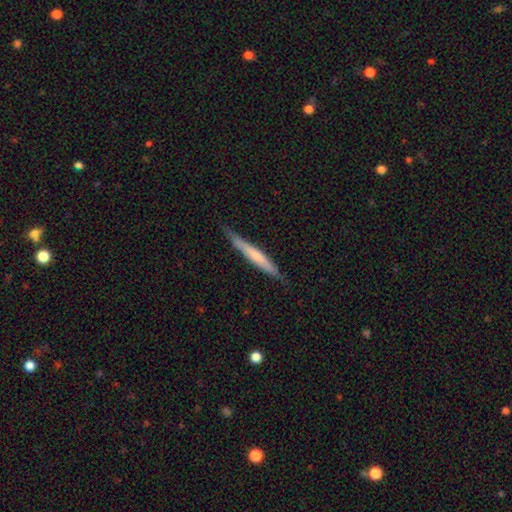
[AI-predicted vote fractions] Smooth or featured: smooth — 53% (featured or disk — 42%)
How rounded: cigar-shaped — 96% (in between — 3%)
Merging: none — 84% (minor disturbance — 12%)